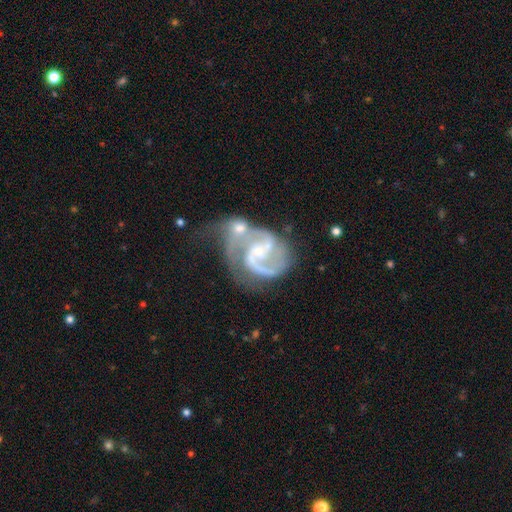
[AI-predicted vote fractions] featured or disk 91%, star or artifact 5%, smooth 4%. Down the decision tree: edge-on disk — no (98%); bar — weak (49%); spiral arms — yes (97%); spiral arm count — 2 (86%); spiral winding — medium (56%); bulge size — small (65%); merging — merger (45%).